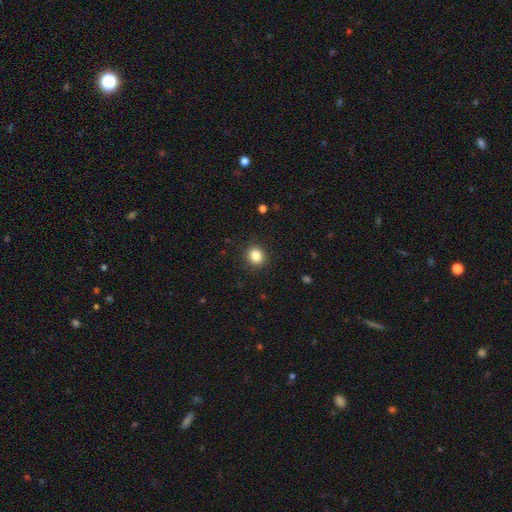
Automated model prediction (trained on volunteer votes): Q: Smooth or featured?
A: smooth (85%); runner-up: star or artifact (10%)
Q: How rounded?
A: round (78%); runner-up: in between (21%)
Q: Merging?
A: none (90%); runner-up: minor disturbance (6%)